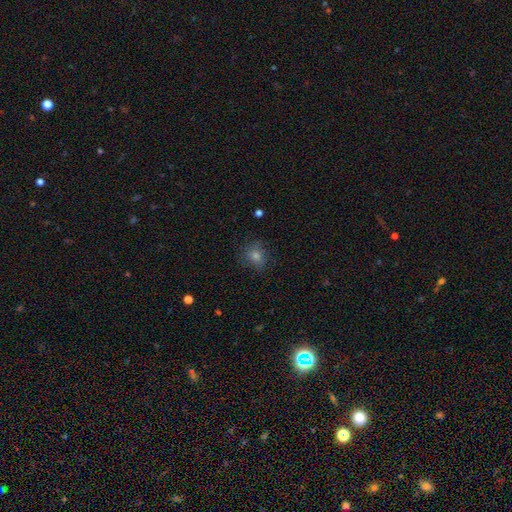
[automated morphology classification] A smooth galaxy with no disk features (58%) that is round (79%). Merging: none (79%).